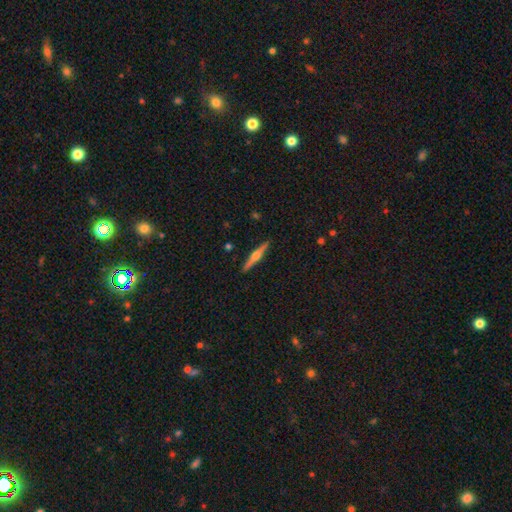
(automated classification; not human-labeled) Smooth or featured: featured or disk — 71% (smooth — 24%)
Edge-on disk: yes — 98% (no — 2%)
Edge-on bulge: rounded — 91% (boxy — 5%)
Merging: none — 91% (minor disturbance — 6%)